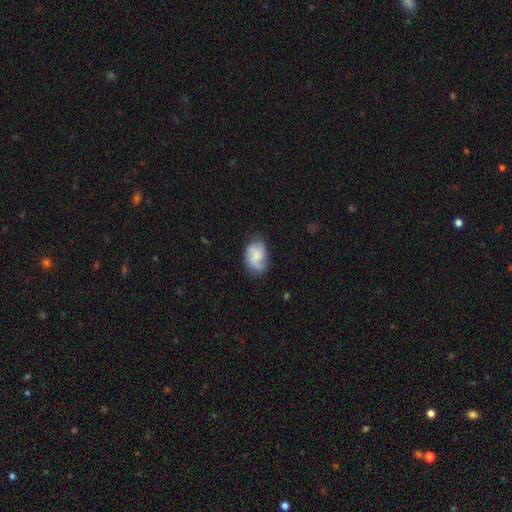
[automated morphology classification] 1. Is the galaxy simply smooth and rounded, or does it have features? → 50% smooth, 42% featured or disk, 8% star or artifact.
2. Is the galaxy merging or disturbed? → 62% none, 26% minor disturbance, 10% major disturbance, 2% merger.